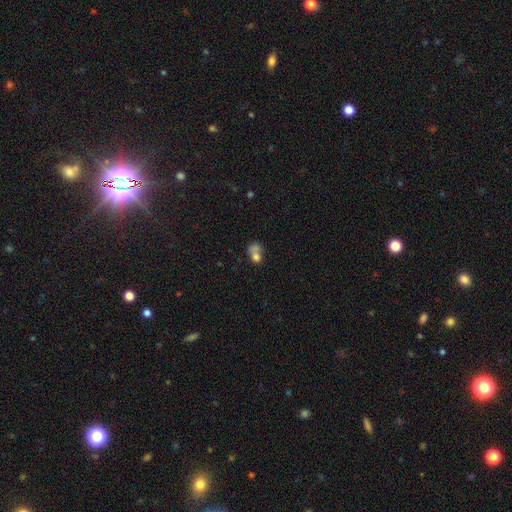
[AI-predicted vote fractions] Overall: smooth (69%). How rounded: in between (52%; round 46%). Merging: merger (51%; none 24%).